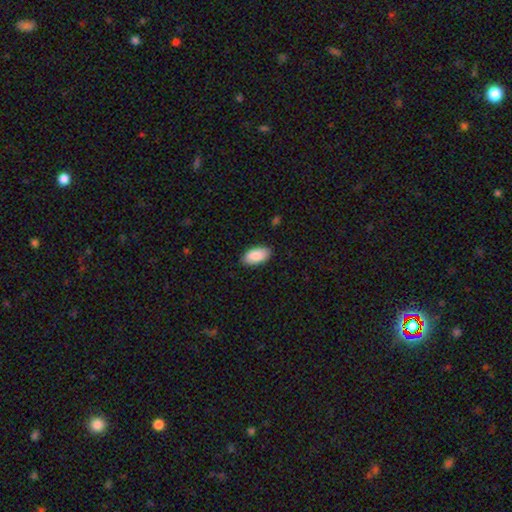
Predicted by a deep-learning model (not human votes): A smooth galaxy with no disk features (89%) that is in between round and cigar-shaped (95%).

Vote fractions:
- Smooth or featured? smooth: 89% / star or artifact: 6% / featured or disk: 5%
- How rounded? in between: 95% / round: 3% / cigar-shaped: 2%
- Merging? none: 86% / minor disturbance: 11% / major disturbance: 2% / merger: 1%